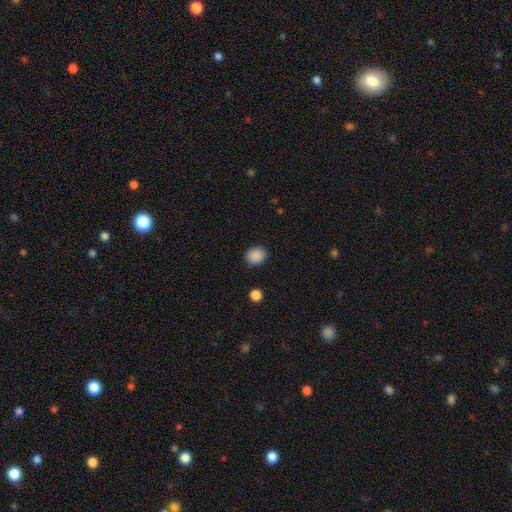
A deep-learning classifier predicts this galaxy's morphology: Overall: smooth (88%). How rounded: round (66%; in between 33%). Merging: none (89%).